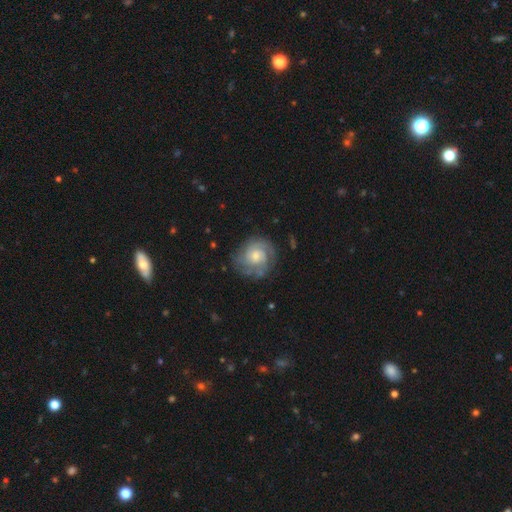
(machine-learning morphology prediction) Smooth or featured? Predicted: featured or disk (p=0.74). Edge-on disk? Predicted: no (p=0.98). Bar? Predicted: no (p=0.72). Spiral arms? Predicted: yes (p=0.91). Spiral winding? Predicted: tight (p=0.61). Spiral arm count? Predicted: can't tell (p=0.38). Bulge size? Predicted: moderate (p=0.52). Merging? Predicted: none (p=0.74).